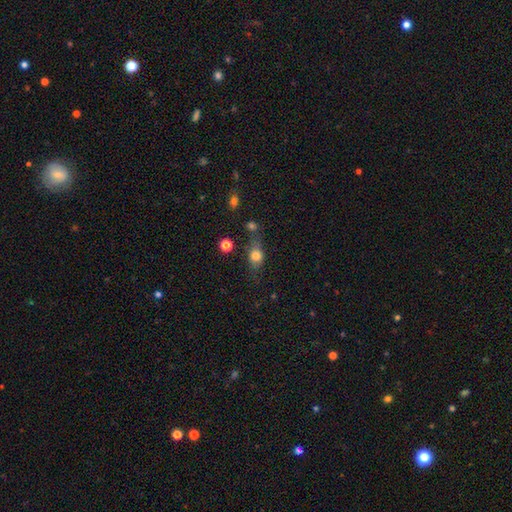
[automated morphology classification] Overall: smooth (76%). How rounded: in between (60%; round 33%). Merging: none (59%; minor disturbance 22%).